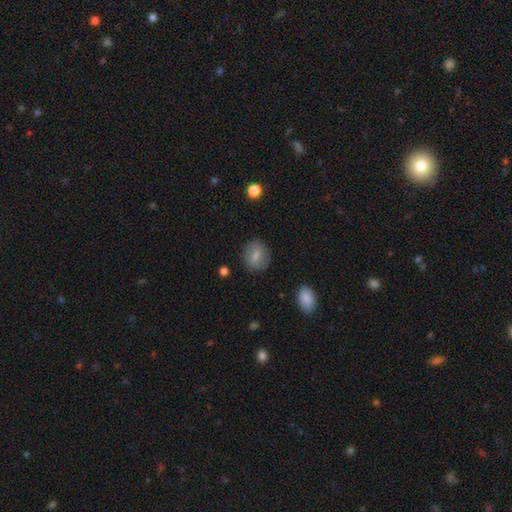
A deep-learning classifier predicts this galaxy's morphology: smooth-or-featured: smooth: 78% | featured or disk: 14% | star or artifact: 8%
  how-rounded: round: 79% | in between: 20% | cigar-shaped: 1%
  merging: none: 85% | minor disturbance: 10% | major disturbance: 3% | merger: 1%